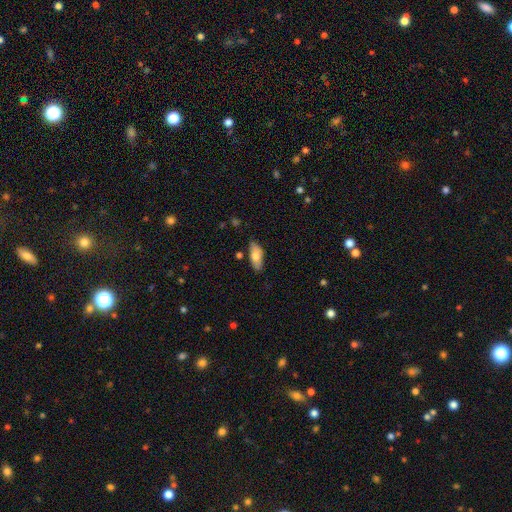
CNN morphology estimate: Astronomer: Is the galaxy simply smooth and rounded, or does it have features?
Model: smooth — 73%.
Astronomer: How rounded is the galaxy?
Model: in between — 82%.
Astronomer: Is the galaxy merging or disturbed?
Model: none — 82%.